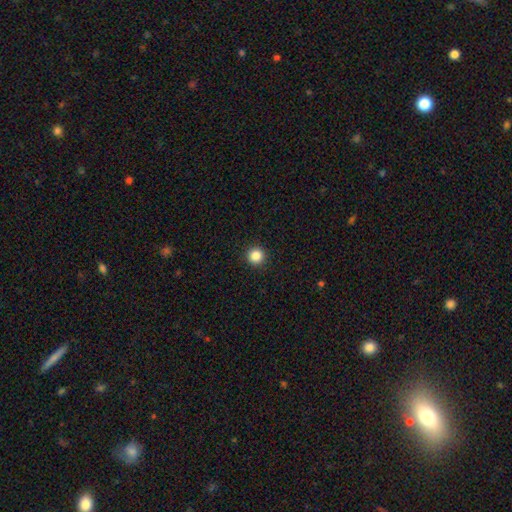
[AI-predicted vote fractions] Q: Smooth or featured?
A: smooth (86%); runner-up: star or artifact (11%)
Q: How rounded?
A: round (96%); runner-up: in between (4%)
Q: Merging?
A: none (93%); runner-up: minor disturbance (5%)